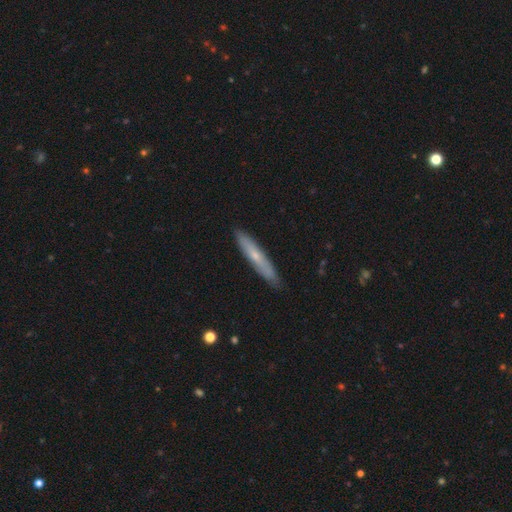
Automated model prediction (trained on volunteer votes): Smooth or featured?
  - smooth: 52% *
  - featured or disk: 42%
  - star or artifact: 6%
How rounded?
  - cigar-shaped: 92% *
  - in between: 6%
  - round: 1%
Merging?
  - none: 86% *
  - minor disturbance: 11%
  - major disturbance: 2%
  - merger: 1%